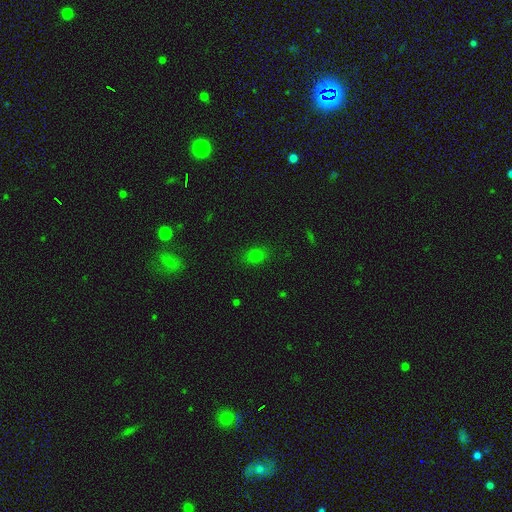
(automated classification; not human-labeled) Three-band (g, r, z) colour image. It shows a smooth galaxy with no disk features (75%) that is in between round and cigar-shaped (54%). Merging: none (85%).